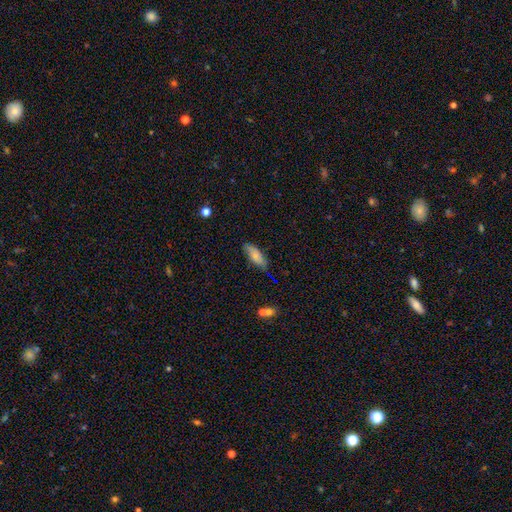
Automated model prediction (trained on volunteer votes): Smooth or featured? smooth (78%)
How rounded? in between (68%)
Merging? none (75%)